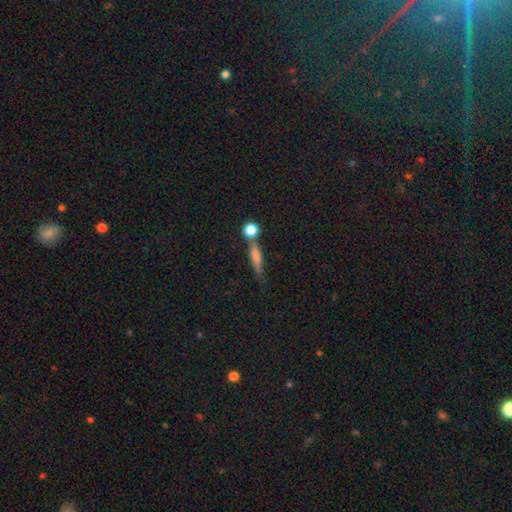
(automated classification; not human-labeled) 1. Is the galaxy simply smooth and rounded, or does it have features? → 44% smooth, 35% featured or disk, 20% star or artifact.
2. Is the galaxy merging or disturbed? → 64% none, 15% merger, 14% minor disturbance, 7% major disturbance.